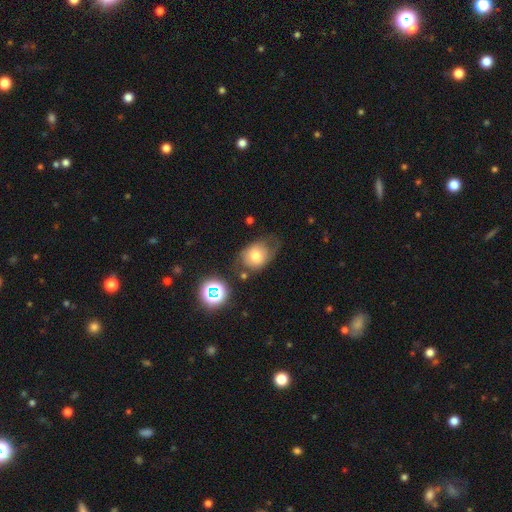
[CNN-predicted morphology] Smooth or featured: smooth — 68% (featured or disk — 20%)
How rounded: round — 52% (in between — 47%)
Merging: none — 45% (minor disturbance — 31%)